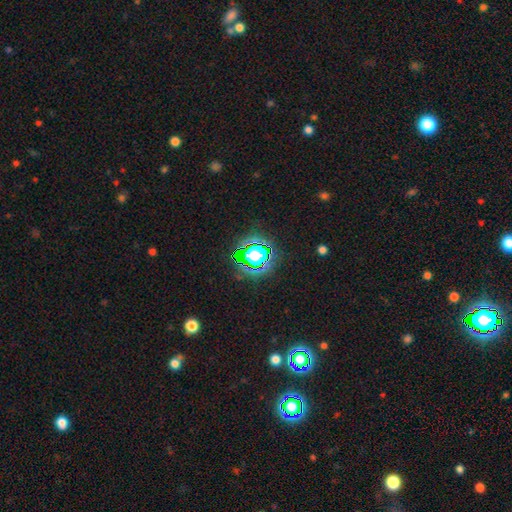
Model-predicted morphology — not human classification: smooth_or_featured: star or artifact (p=0.76) [alt: smooth p=0.15]